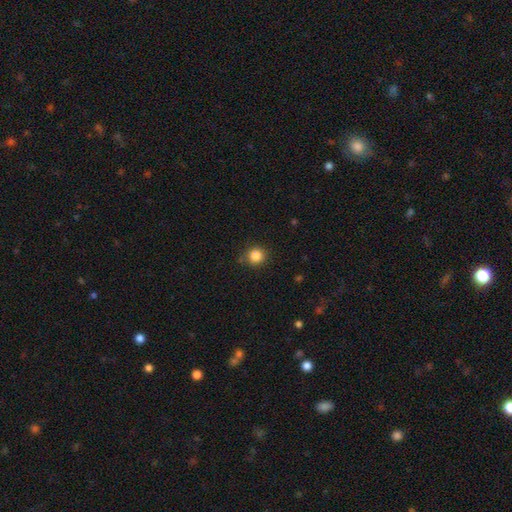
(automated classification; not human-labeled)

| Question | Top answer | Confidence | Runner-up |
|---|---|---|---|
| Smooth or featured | smooth | 85% | star or artifact (11%) |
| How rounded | round | 90% | in between (9%) |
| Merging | none | 85% | minor disturbance (10%) |